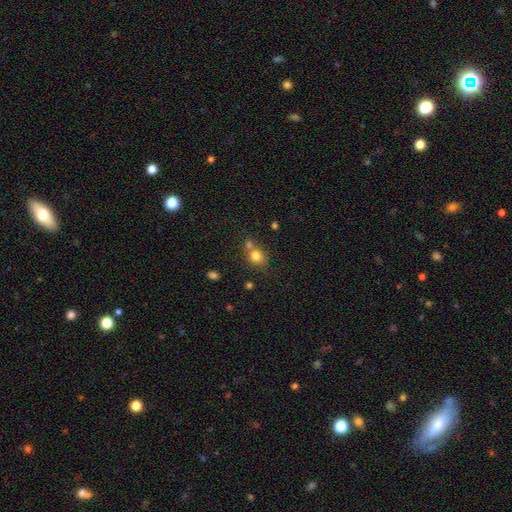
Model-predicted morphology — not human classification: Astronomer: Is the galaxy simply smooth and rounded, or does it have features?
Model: smooth — 79%.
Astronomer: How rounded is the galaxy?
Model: round — 74%.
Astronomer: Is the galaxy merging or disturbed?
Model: none — 49% (runner-up: merger, 36%).